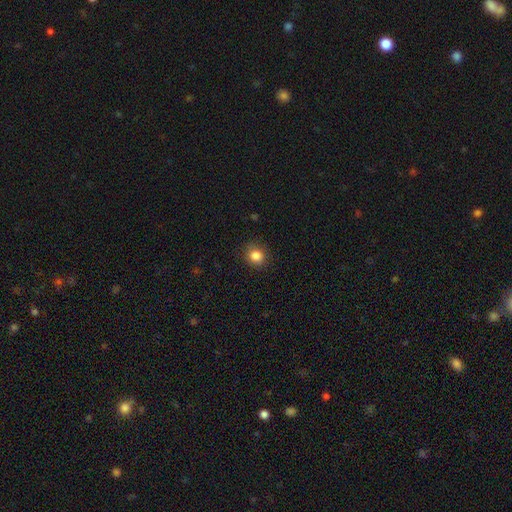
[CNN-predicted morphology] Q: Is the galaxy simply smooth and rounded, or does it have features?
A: smooth — 85%.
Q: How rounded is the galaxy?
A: round — 78%.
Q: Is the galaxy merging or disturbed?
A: none — 87%.